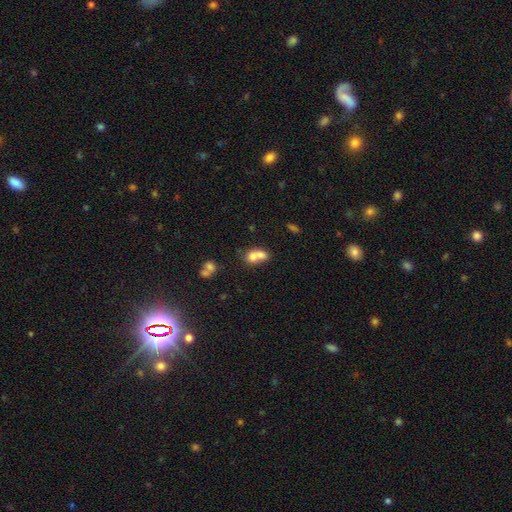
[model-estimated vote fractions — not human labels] Smooth or featured?
  - smooth: 70% *
  - featured or disk: 19%
  - star or artifact: 10%
How rounded?
  - round: 51% *
  - in between: 47%
  - cigar-shaped: 2%
Merging?
  - merger: 70% *
  - none: 20%
  - minor disturbance: 6%
  - major disturbance: 4%